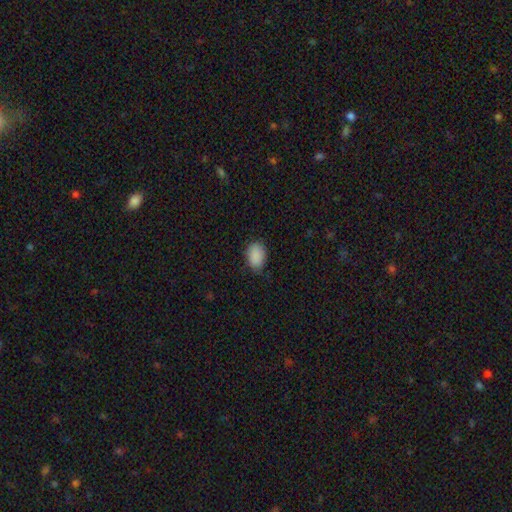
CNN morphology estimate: smooth 89%, star or artifact 8%, featured or disk 3%. Down the decision tree: how rounded — in between (83%); merging — none (76%).